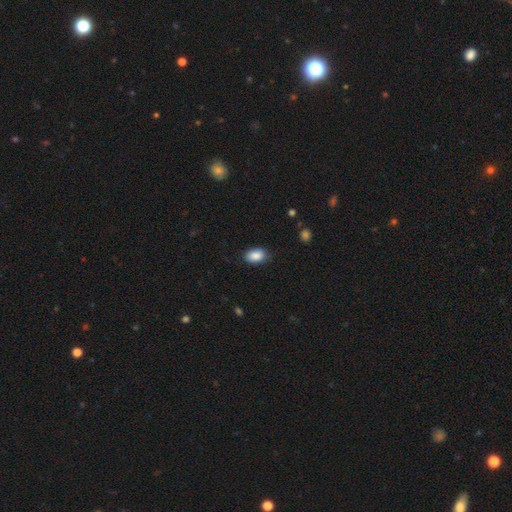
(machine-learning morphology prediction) smooth 88%, star or artifact 7%, featured or disk 4%. Down the decision tree: how rounded — in between (90%); merging — none (83%).